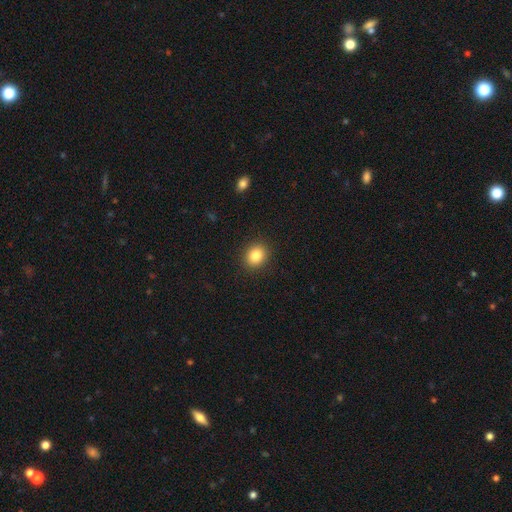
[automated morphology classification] This appears to be a smooth galaxy with no disk features (85%) that is round (65%). Merging: none (90%).